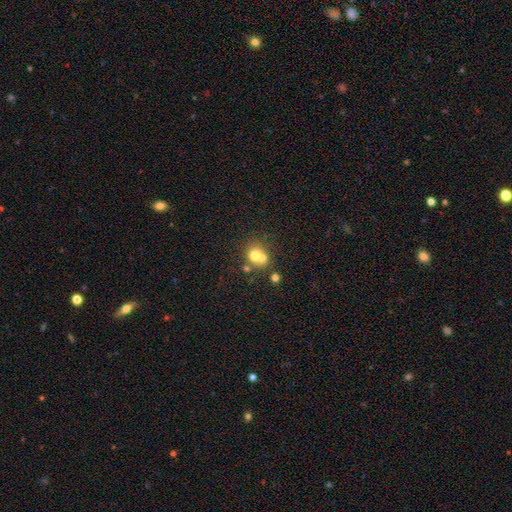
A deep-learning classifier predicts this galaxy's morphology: A smooth galaxy with no disk features (67%) that is round (77%).

Vote fractions:
- Smooth or featured? smooth: 67% / featured or disk: 20% / star or artifact: 13%
- How rounded? round: 77% / in between: 22% / cigar-shaped: 1%
- Merging? merger: 55% / none: 35% / minor disturbance: 7% / major disturbance: 3%